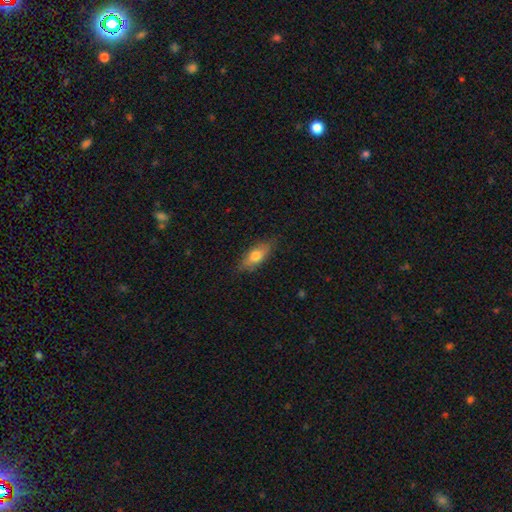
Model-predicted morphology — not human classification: This appears to be a smooth galaxy with no disk features (70%) that is in between round and cigar-shaped (76%). Merging: none (82%).